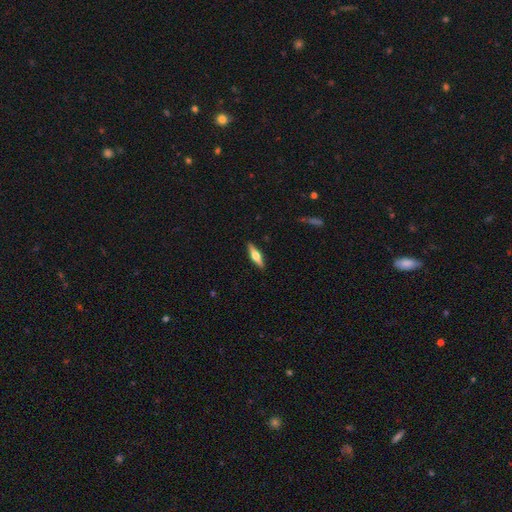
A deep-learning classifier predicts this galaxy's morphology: Smooth or featured: featured or disk — 54% (smooth — 40%)
Edge-on disk: yes — 94% (no — 6%)
Edge-on bulge: rounded — 94% (boxy — 4%)
Merging: none — 90% (minor disturbance — 7%)